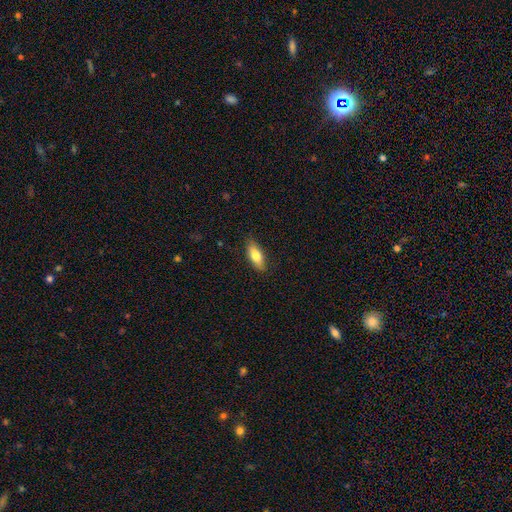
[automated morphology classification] This is likely a smooth galaxy (76%). How rounded: likely in between (74%). Merging: clearly none (84%).